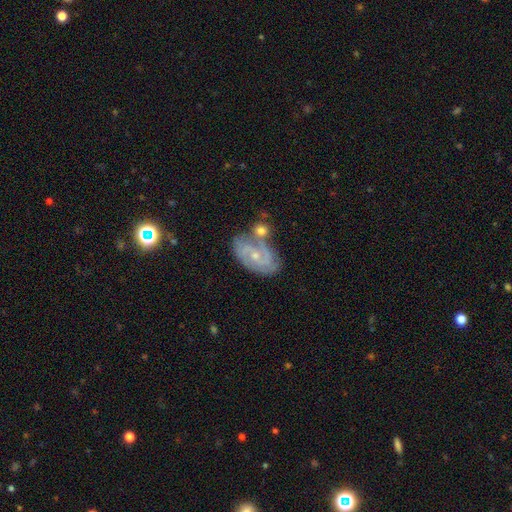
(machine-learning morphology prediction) smooth_or_featured: featured or disk (p=0.80) [alt: smooth p=0.13]
disk_edge_on: no (p=0.96) [alt: yes p=0.04]
bar: no (p=0.55) [alt: weak p=0.36]
has_spiral_arms: yes (p=0.93) [alt: no p=0.07]
spiral_winding: tight (p=0.50) [alt: medium p=0.40]
spiral_arm_count: 2 (p=0.51) [alt: can't tell p=0.21]
bulge_size: small (p=0.65) [alt: moderate p=0.31]
merging: none (p=0.52) [alt: merger p=0.22]